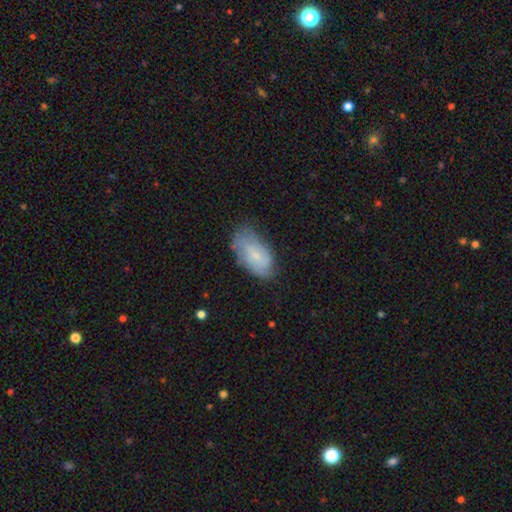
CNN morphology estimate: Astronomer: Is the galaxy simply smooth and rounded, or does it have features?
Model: smooth — 61%.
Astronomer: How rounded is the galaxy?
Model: in between — 93%.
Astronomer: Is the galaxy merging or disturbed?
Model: none — 59%.